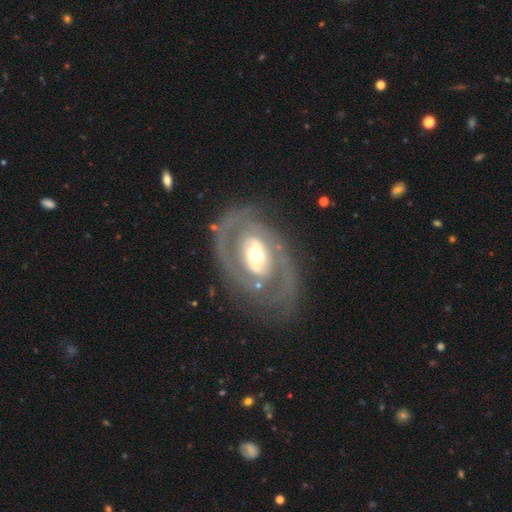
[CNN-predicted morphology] Smooth or featured: featured or disk — 80% (smooth — 15%)
Edge-on disk: no — 95% (yes — 5%)
Bar: no — 51% (weak — 30%)
Spiral arms: yes — 69% (no — 31%)
Spiral winding: tight — 51% (medium — 34%)
Spiral arm count: 2 — 62% (can't tell — 20%)
Bulge size: moderate — 64% (small — 17%)
Merging: none — 71% (minor disturbance — 16%)